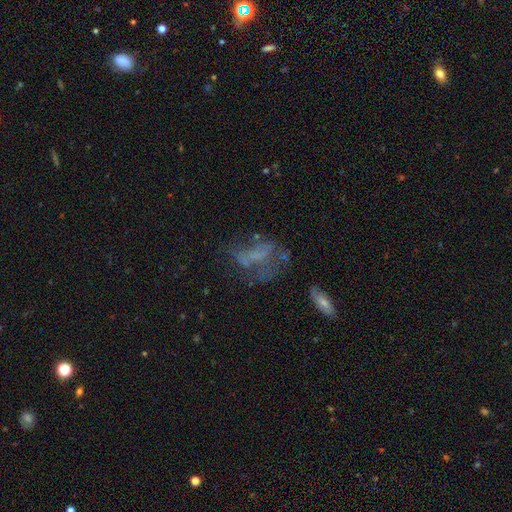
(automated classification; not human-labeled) Smooth or featured: featured or disk — 50% (smooth — 30%)
Merging: none — 40% (major disturbance — 33%)